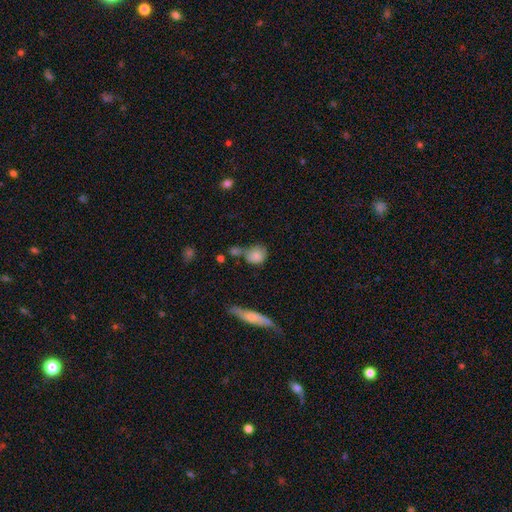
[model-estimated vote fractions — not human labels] Q: Smooth or featured?
A: smooth (79%); runner-up: featured or disk (12%)
Q: How rounded?
A: round (66%); runner-up: in between (31%)
Q: Merging?
A: none (41%); runner-up: merger (30%)